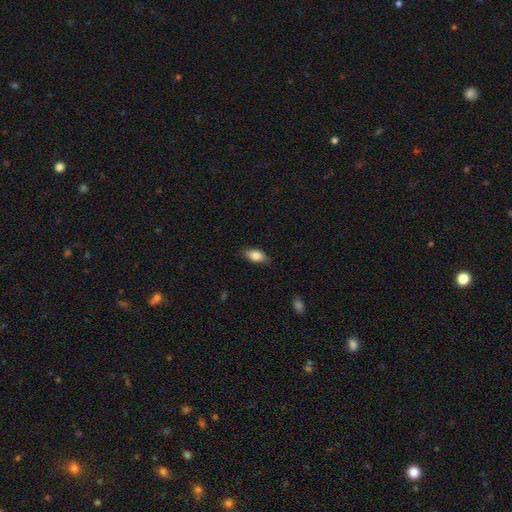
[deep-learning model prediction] Overall: smooth (83%). How rounded: in between (88%). Merging: none (81%).